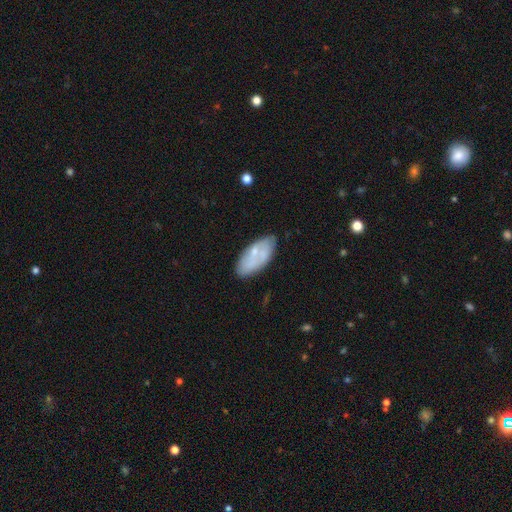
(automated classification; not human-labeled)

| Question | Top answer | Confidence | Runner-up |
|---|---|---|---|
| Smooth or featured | smooth | 57% | featured or disk (36%) |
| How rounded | in between | 89% | cigar-shaped (8%) |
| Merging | none | 70% | minor disturbance (19%) |